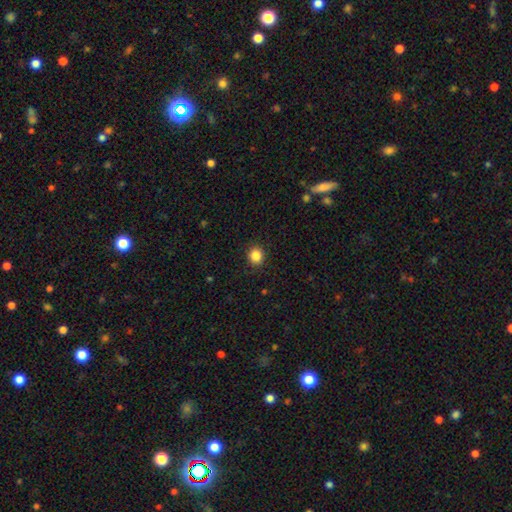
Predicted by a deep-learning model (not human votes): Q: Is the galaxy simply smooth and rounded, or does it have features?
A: smooth — 86%.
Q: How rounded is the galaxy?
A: round — 85%.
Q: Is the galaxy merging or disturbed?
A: none — 91%.